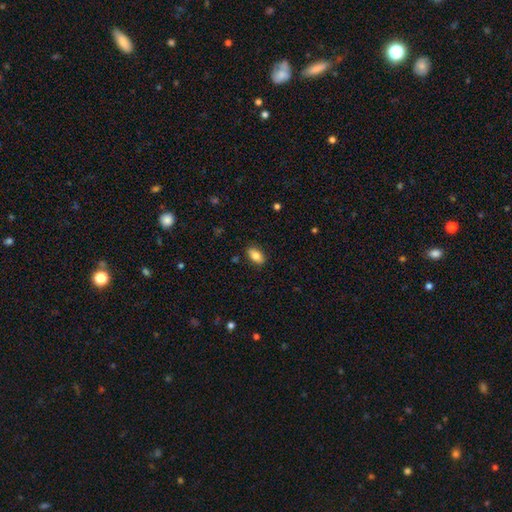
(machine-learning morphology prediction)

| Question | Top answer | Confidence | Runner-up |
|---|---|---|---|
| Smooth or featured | smooth | 84% | featured or disk (9%) |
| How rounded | in between | 91% | round (5%) |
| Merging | none | 87% | minor disturbance (10%) |